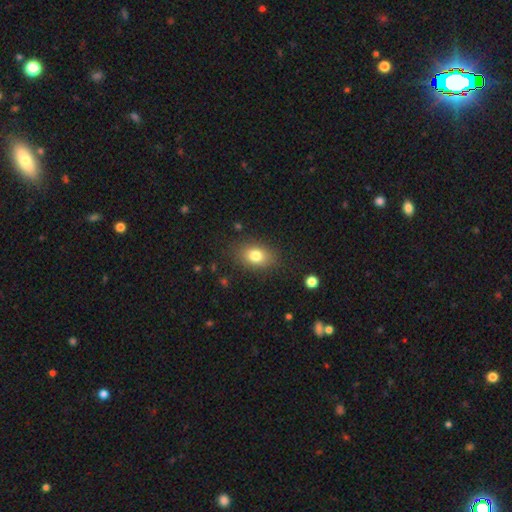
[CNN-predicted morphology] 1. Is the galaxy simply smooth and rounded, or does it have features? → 80% smooth, 10% star or artifact, 10% featured or disk.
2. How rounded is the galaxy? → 76% in between, 22% round, 2% cigar-shaped.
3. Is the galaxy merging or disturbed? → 84% none, 11% minor disturbance, 4% major disturbance, 1% merger.